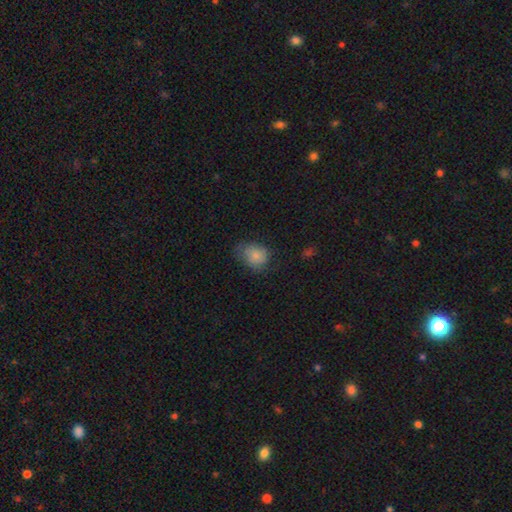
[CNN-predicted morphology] The model was most divided on "how rounded": round: 50%, in between: 49%, cigar-shaped: 1%. More confident: smooth or featured — smooth (79%); merging — none (55%).